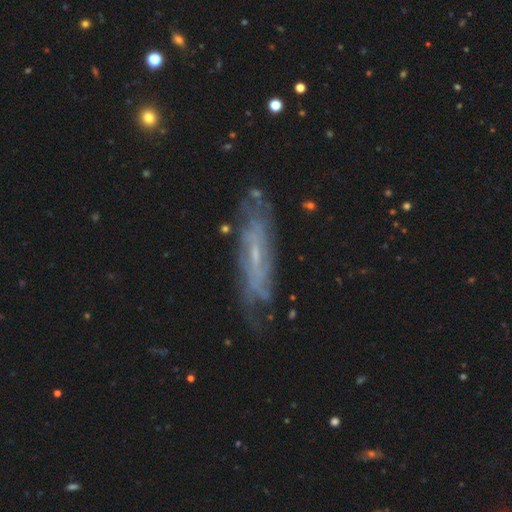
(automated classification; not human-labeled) This is likely a featured or disk galaxy (73%). It is likely not viewed edge-on (63%). Merging: likely none (76%).